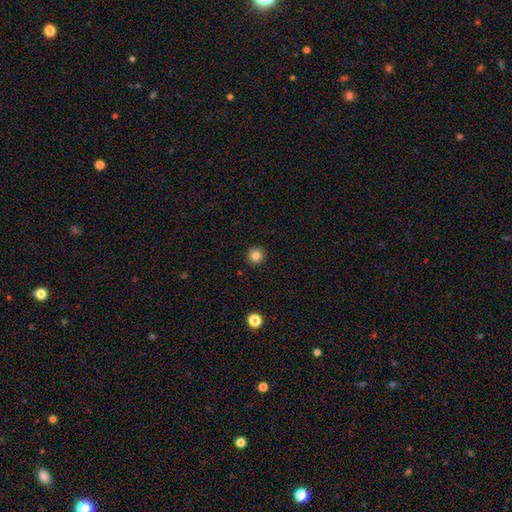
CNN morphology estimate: Smooth or featured? Predicted: smooth (p=0.84). How rounded? Predicted: round (p=0.95). Merging? Predicted: none (p=0.92).